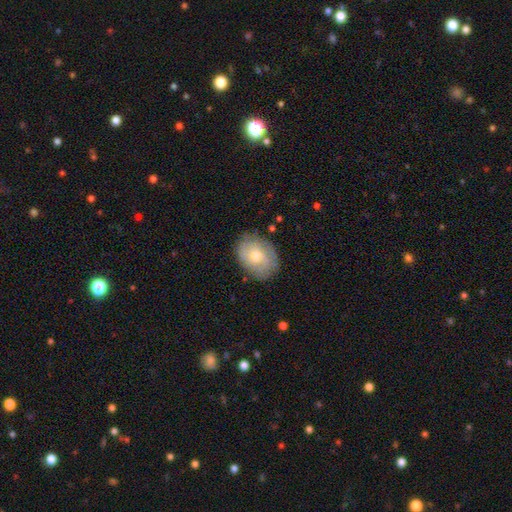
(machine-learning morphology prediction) Q: Smooth or featured?
A: smooth (47%); runner-up: featured or disk (45%)
Q: Merging?
A: none (78%); runner-up: minor disturbance (16%)